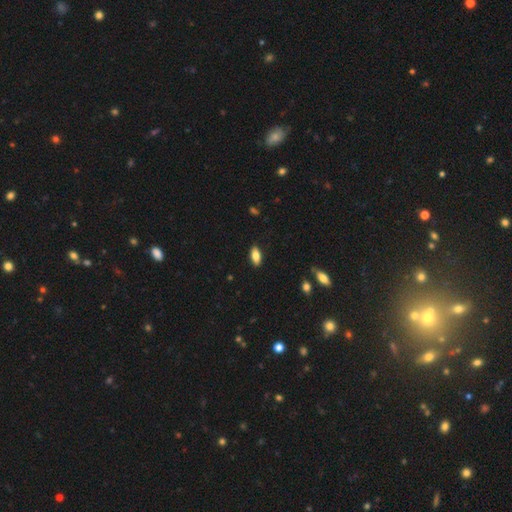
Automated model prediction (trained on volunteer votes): A smooth galaxy with no disk features (79%) that is in between round and cigar-shaped (86%). Merging: none (88%).